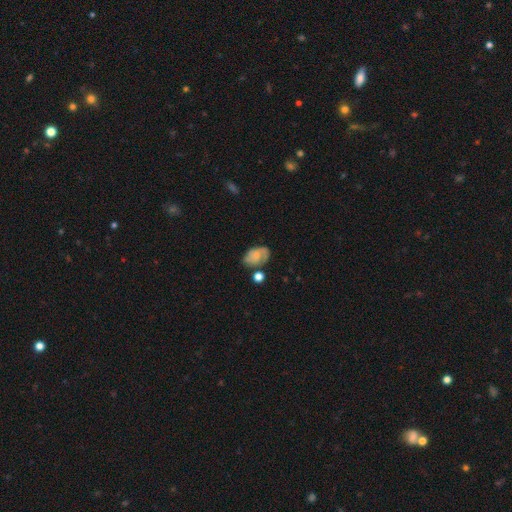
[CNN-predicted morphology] smooth-or-featured: featured or disk: 51% | smooth: 40% | star or artifact: 9%
  disk-edge-on: no: 96% | yes: 4%
  merging: none: 55% | minor disturbance: 25% | major disturbance: 11% | merger: 9%